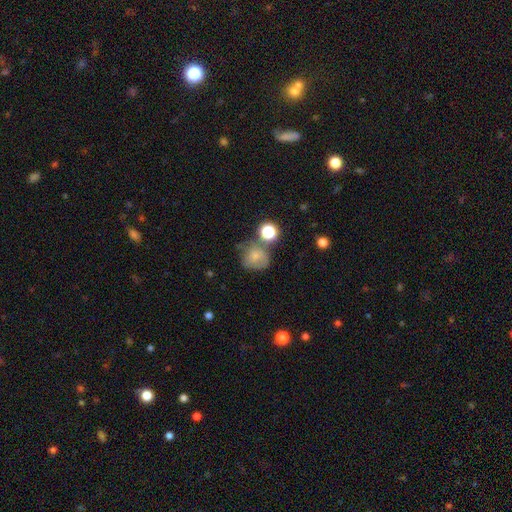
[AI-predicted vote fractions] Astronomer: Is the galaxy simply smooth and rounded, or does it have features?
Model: smooth — 66%.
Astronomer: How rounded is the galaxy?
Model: round — 76%.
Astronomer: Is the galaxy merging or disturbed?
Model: none — 43% (runner-up: minor disturbance, 23%).